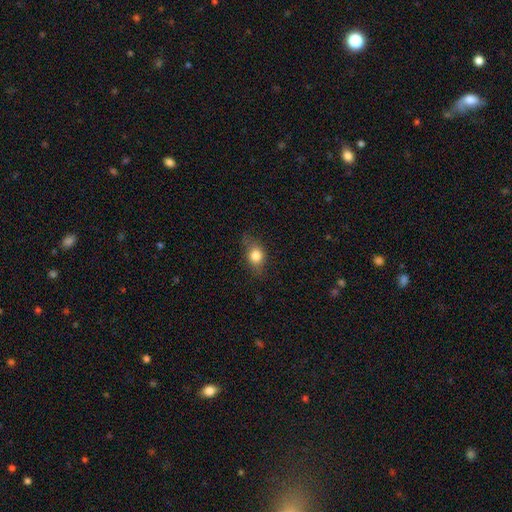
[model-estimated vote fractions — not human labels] The model was most divided on "how rounded": in between: 59%, round: 37%, cigar-shaped: 3%. More confident: smooth or featured — smooth (78%); merging — none (69%).